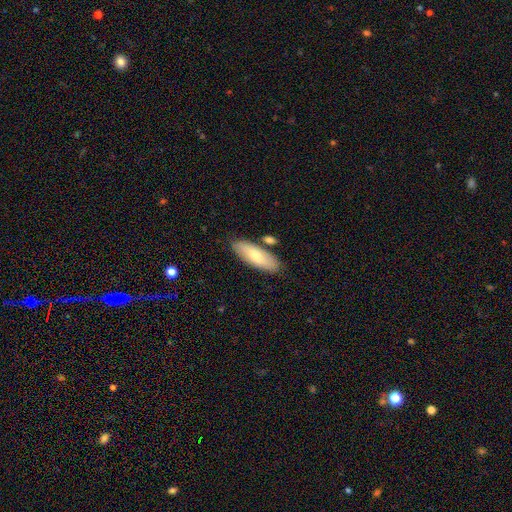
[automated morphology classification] Smooth or featured?
  - smooth: 71% *
  - featured or disk: 24%
  - star or artifact: 6%
How rounded?
  - in between: 67% *
  - cigar-shaped: 31%
  - round: 2%
Merging?
  - none: 77% *
  - minor disturbance: 12%
  - merger: 8%
  - major disturbance: 2%